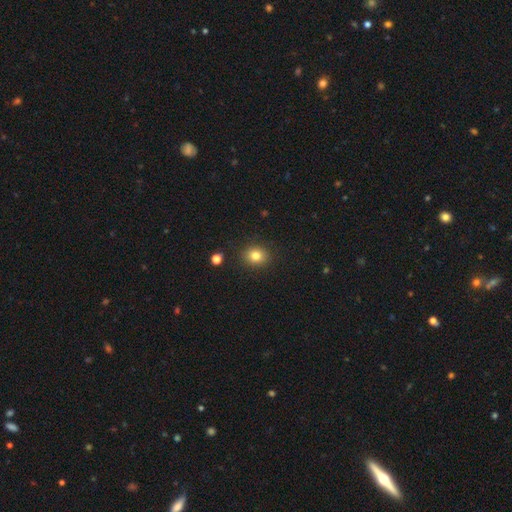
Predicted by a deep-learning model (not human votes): Smooth or featured: smooth — 81% (star or artifact — 12%)
How rounded: round — 72% (in between — 27%)
Merging: none — 88% (minor disturbance — 8%)